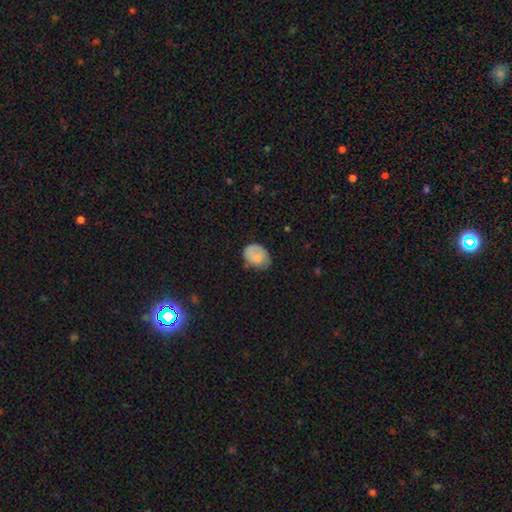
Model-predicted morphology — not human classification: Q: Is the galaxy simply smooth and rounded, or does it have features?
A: smooth — 67%.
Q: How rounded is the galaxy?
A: in between — 64%.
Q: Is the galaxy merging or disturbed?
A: none — 56%.